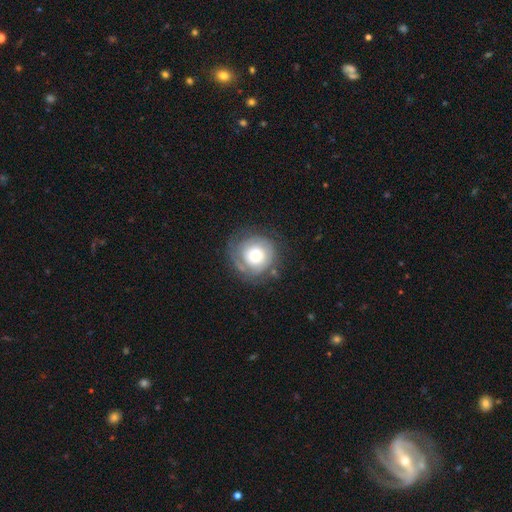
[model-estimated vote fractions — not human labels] Overall: featured or disk (47%; smooth 44%). Merging: none (67%).